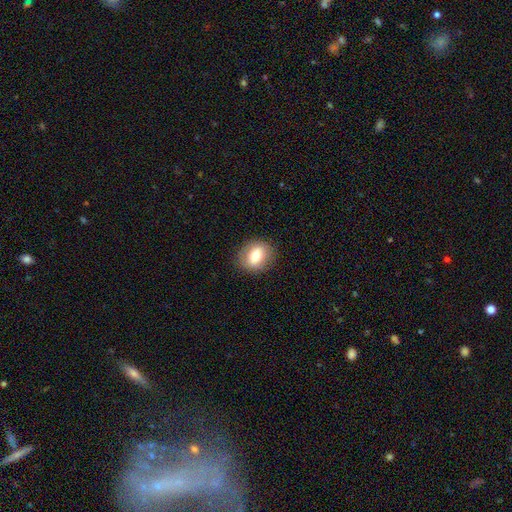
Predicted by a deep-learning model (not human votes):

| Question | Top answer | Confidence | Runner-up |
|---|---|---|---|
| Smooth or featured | smooth | 72% | featured or disk (20%) |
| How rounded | round | 52% | in between (47%) |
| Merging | none | 86% | minor disturbance (10%) |